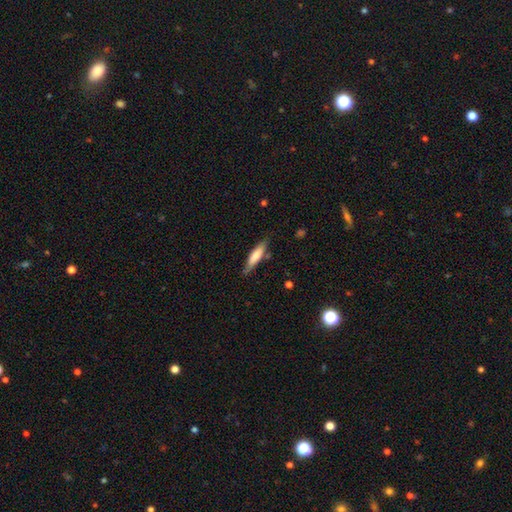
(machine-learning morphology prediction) Smooth or featured? Predicted: smooth (p=0.69). How rounded? Predicted: cigar-shaped (p=0.76). Merging? Predicted: none (p=0.78).